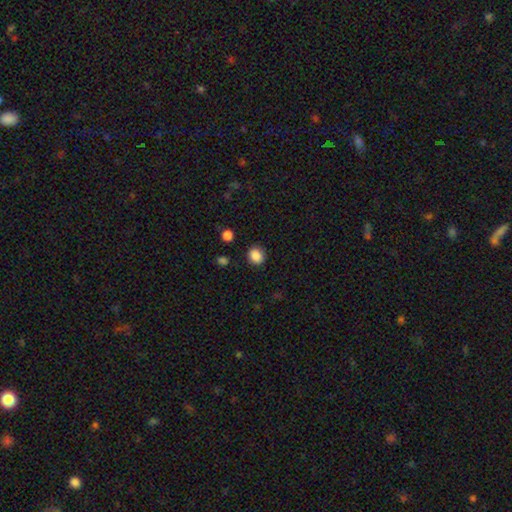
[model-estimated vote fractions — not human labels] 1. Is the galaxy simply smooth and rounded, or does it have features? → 87% smooth, 10% star or artifact, 3% featured or disk.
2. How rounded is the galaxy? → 78% round, 21% in between, 1% cigar-shaped.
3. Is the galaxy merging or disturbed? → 88% none, 7% minor disturbance, 2% major disturbance, 2% merger.